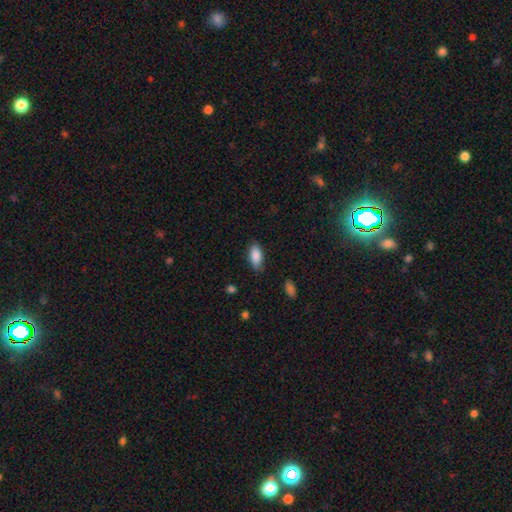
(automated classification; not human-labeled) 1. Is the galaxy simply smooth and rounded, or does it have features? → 88% smooth, 7% star or artifact, 6% featured or disk.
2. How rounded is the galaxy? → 88% in between, 9% cigar-shaped, 2% round.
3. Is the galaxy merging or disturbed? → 80% none, 15% minor disturbance, 3% major disturbance, 1% merger.